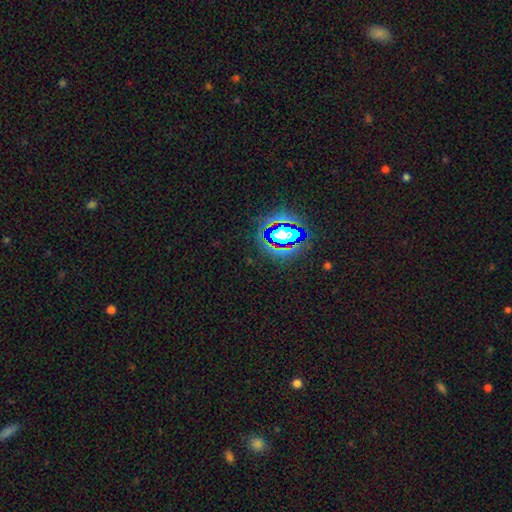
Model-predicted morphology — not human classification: smooth_or_featured: star or artifact (p=0.76) [alt: smooth p=0.15]